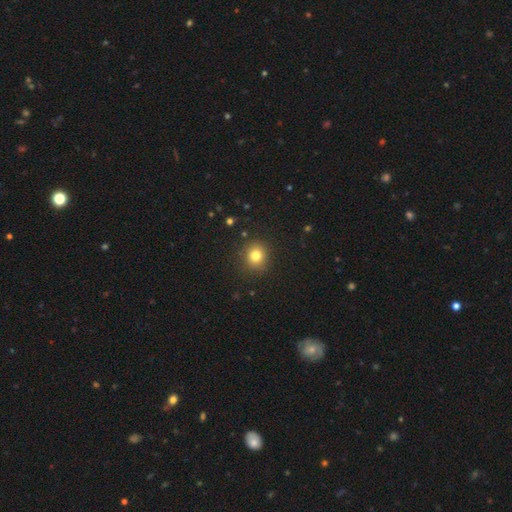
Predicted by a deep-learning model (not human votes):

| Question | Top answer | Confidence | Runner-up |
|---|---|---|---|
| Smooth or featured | smooth | 80% | star or artifact (13%) |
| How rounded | round | 85% | in between (14%) |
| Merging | none | 89% | minor disturbance (7%) |